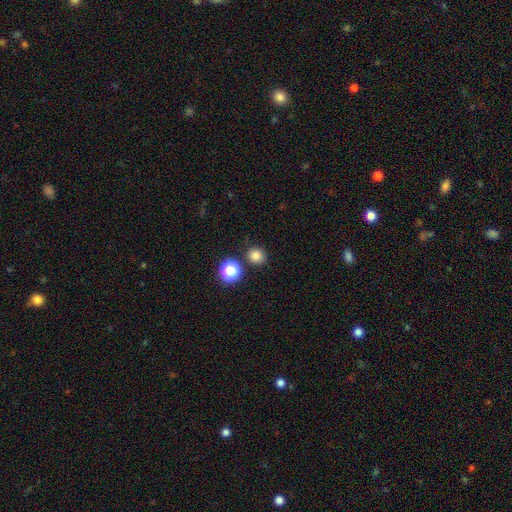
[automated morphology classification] Smooth or featured? Predicted: smooth (p=0.80). How rounded? Predicted: round (p=0.86). Merging? Predicted: none (p=0.84).